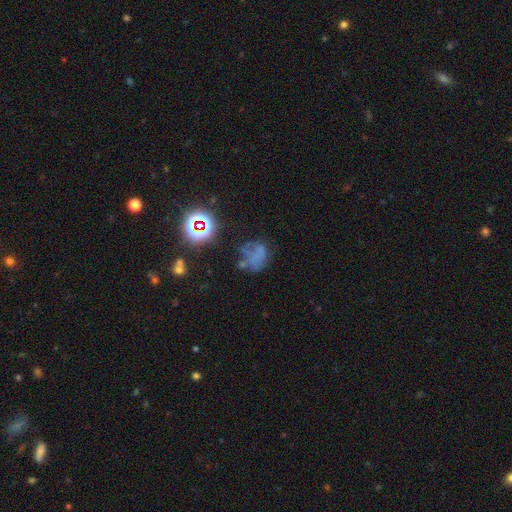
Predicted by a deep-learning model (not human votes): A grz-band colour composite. It shows a smooth galaxy with no disk features (35%). Merging: none (39%).